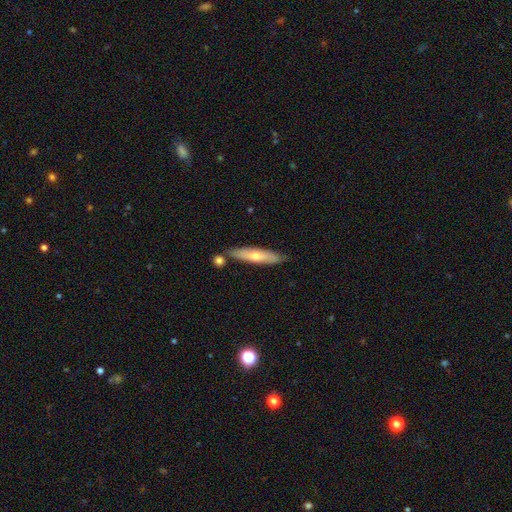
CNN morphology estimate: A featured or disk galaxy (49%). Merging: none (84%).